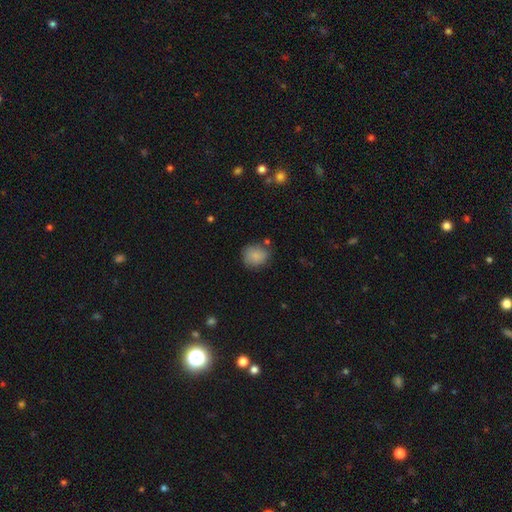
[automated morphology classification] A smooth galaxy with no disk features (83%) that is round (73%).

Vote fractions:
- Smooth or featured? smooth: 83% / featured or disk: 9% / star or artifact: 8%
- How rounded? round: 73% / in between: 26% / cigar-shaped: 1%
- Merging? none: 71% / minor disturbance: 19% / merger: 6% / major disturbance: 4%